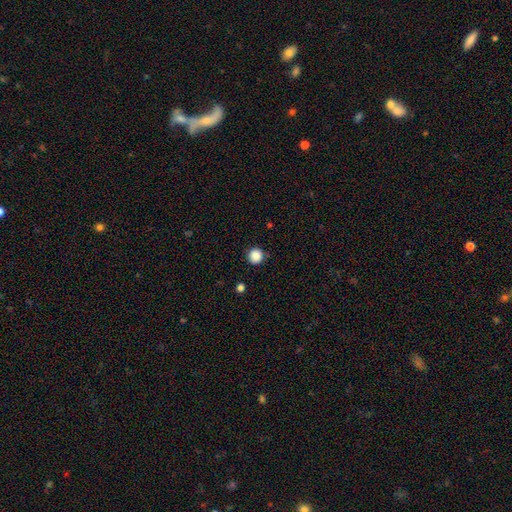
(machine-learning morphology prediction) type=smooth (88%); roundness=round (95%); merging=none (89%).